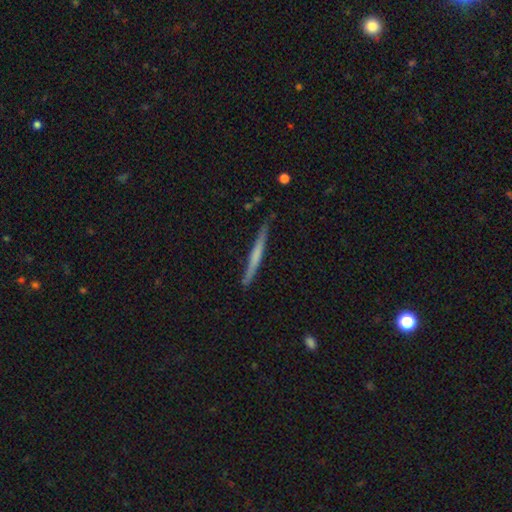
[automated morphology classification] type=featured or disk (50%); merging=none (87%).